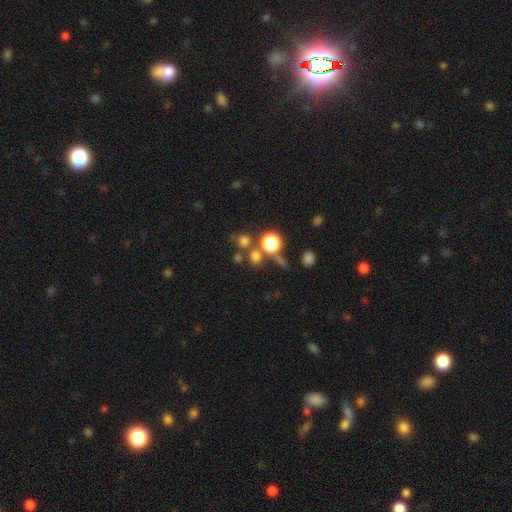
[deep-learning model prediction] A smooth galaxy with no disk features (66%) that is round (84%). Merging: none (65%).